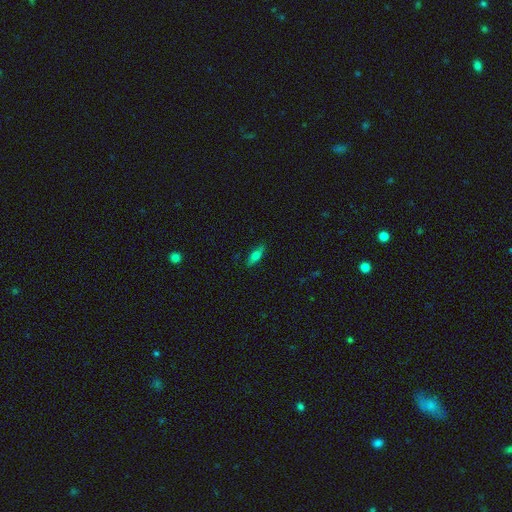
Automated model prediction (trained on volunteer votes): This is likely a smooth galaxy (62%). How rounded: possibly in between (57%). Merging: clearly none (84%).